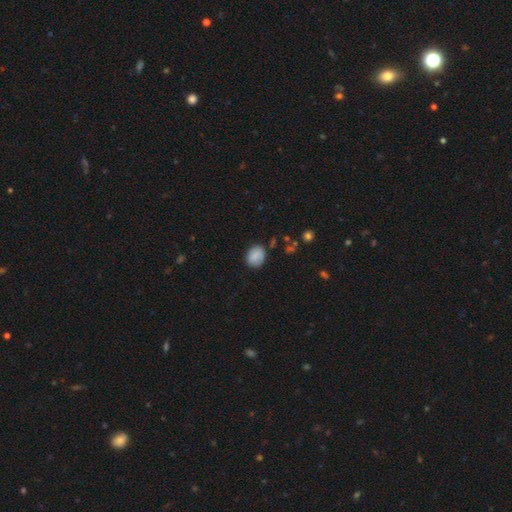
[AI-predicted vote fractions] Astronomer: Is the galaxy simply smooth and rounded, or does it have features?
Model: smooth — 86%.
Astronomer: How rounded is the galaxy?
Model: round — 60% (runner-up: in between, 39%).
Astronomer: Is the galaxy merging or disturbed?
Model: none — 80%.